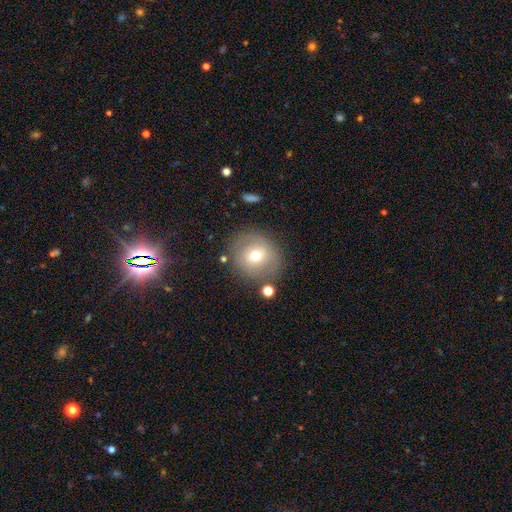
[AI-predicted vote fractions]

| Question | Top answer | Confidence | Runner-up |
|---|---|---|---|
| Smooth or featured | smooth | 60% | featured or disk (29%) |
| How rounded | round | 84% | in between (15%) |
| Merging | none | 78% | minor disturbance (12%) |